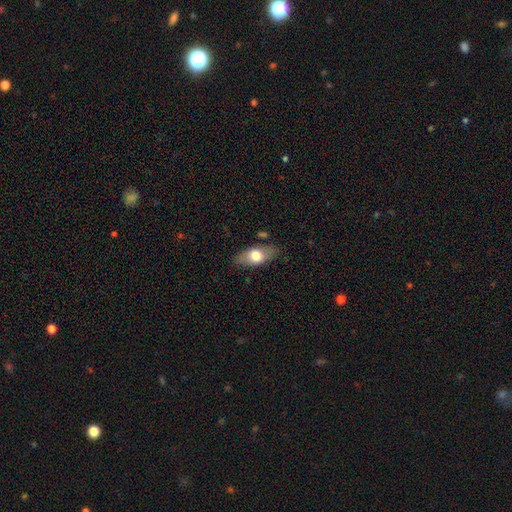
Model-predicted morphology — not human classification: A smooth galaxy with no disk features (67%) that is in between round and cigar-shaped (84%).

Vote fractions:
- Smooth or featured? smooth: 67% / featured or disk: 27% / star or artifact: 6%
- How rounded? in between: 84% / cigar-shaped: 10% / round: 5%
- Merging? none: 82% / minor disturbance: 13% / major disturbance: 3% / merger: 2%